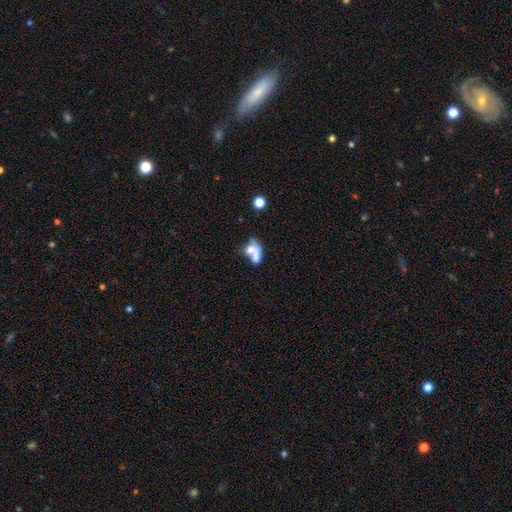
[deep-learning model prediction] Overall: smooth (60%; featured or disk 29%). How rounded: in between (72%). Merging: merger (62%).